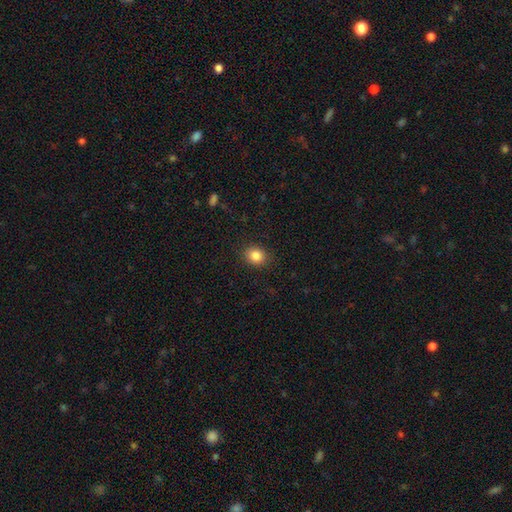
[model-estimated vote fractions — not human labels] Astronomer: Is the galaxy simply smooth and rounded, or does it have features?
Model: smooth — 84%.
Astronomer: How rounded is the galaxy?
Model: round — 62% (runner-up: in between, 37%).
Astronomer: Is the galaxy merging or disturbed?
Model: none — 89%.